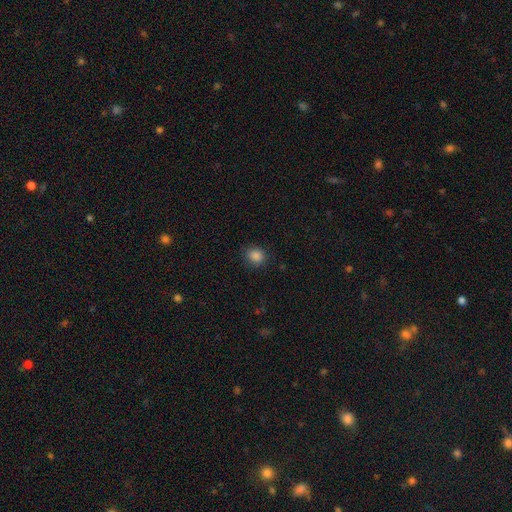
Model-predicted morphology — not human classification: This is clearly a smooth galaxy (86%). How rounded: likely round (75%). Merging: clearly none (86%).